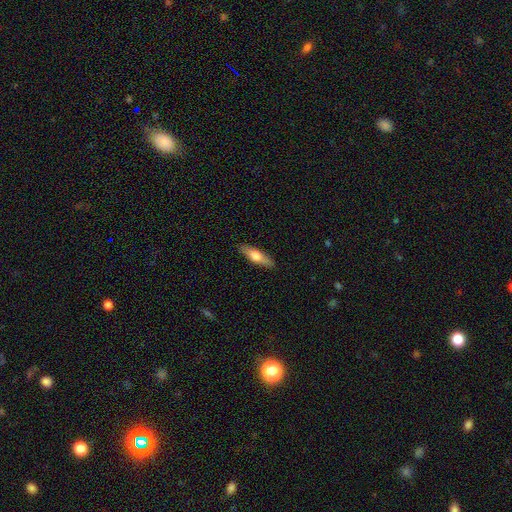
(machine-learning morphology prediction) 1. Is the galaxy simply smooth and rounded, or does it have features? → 64% smooth, 31% featured or disk, 5% star or artifact.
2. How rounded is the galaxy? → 61% cigar-shaped, 37% in between, 2% round.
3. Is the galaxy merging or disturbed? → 89% none, 8% minor disturbance, 2% major disturbance, 1% merger.